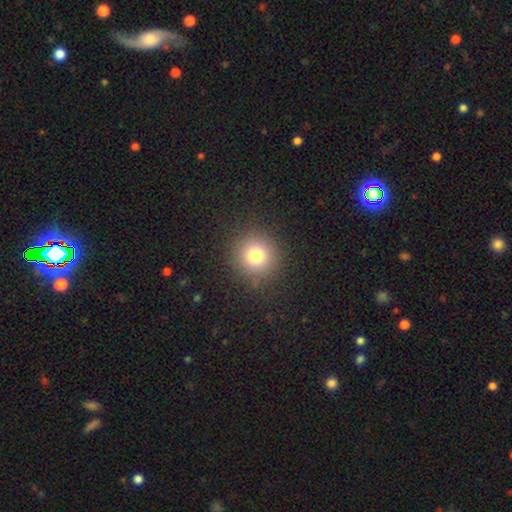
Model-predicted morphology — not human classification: The model was most divided on "smooth or featured": smooth: 77%, star or artifact: 14%, featured or disk: 8%. More confident: how rounded — round (93%); merging — none (89%).